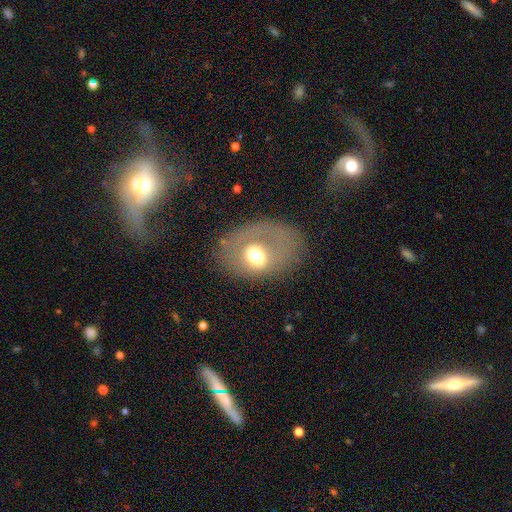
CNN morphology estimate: Overall: featured or disk (44%; smooth 34%). Merging: none (61%).